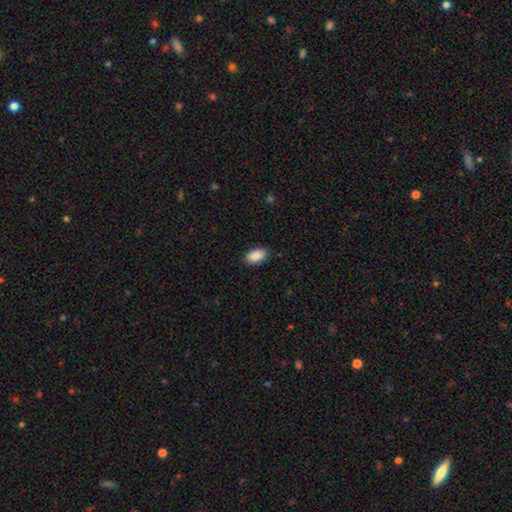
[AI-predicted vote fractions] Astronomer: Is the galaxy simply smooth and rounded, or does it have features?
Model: smooth — 90%.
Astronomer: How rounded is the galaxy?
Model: in between — 94%.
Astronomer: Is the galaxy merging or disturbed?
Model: none — 86%.